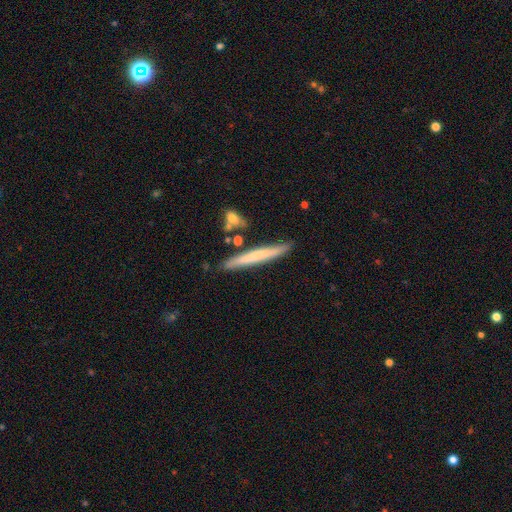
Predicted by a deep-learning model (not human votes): Smooth or featured?
  - smooth: 56% *
  - featured or disk: 38%
  - star or artifact: 6%
How rounded?
  - cigar-shaped: 96% *
  - in between: 3%
  - round: 1%
Merging?
  - none: 82% *
  - minor disturbance: 11%
  - merger: 5%
  - major disturbance: 2%